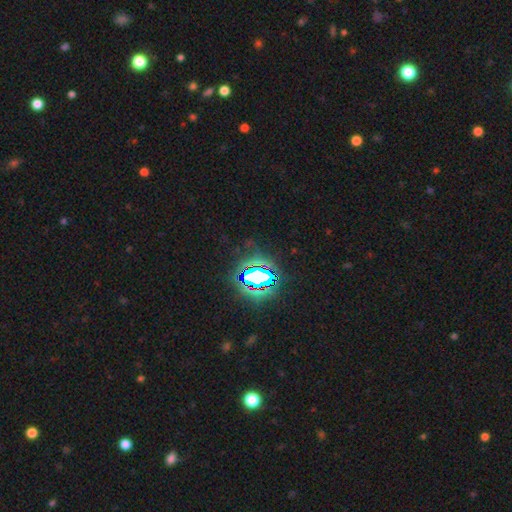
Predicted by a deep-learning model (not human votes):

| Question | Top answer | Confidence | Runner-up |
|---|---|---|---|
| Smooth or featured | star or artifact | 81% | smooth (11%) |